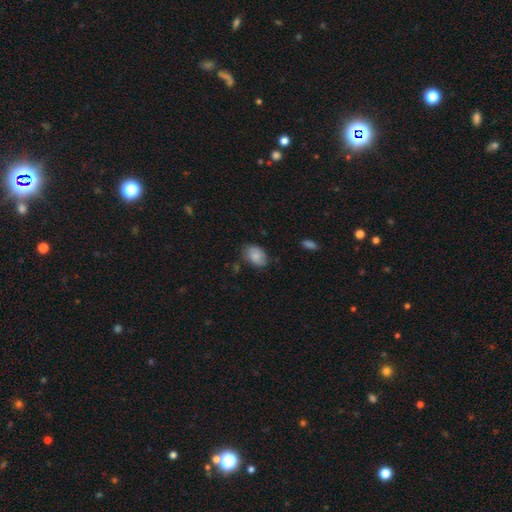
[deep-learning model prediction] Smooth or featured? Predicted: smooth (p=0.82). How rounded? Predicted: in between (p=0.85). Merging? Predicted: none (p=0.72).